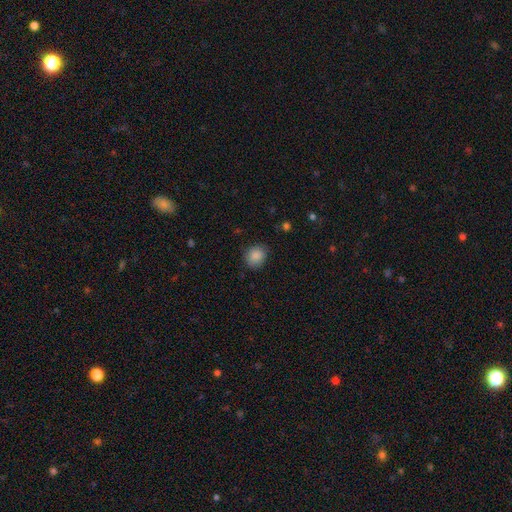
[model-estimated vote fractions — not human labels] smooth-or-featured: smooth: 87% | star or artifact: 9% | featured or disk: 4%
  how-rounded: round: 73% | in between: 26% | cigar-shaped: 1%
  merging: none: 81% | minor disturbance: 15% | major disturbance: 3% | merger: 1%